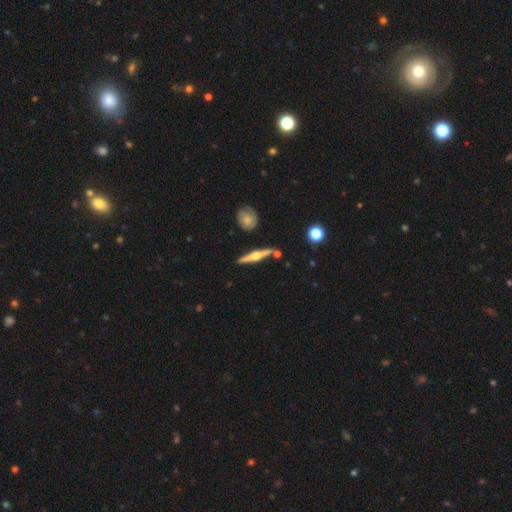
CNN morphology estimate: Smooth or featured?
  - featured or disk: 76% *
  - smooth: 19%
  - star or artifact: 5%
Edge-on disk?
  - yes: 97% *
  - no: 3%
Edge-on bulge?
  - rounded: 94% *
  - boxy: 4%
  - none: 2%
Merging?
  - none: 84% *
  - minor disturbance: 9%
  - merger: 5%
  - major disturbance: 2%